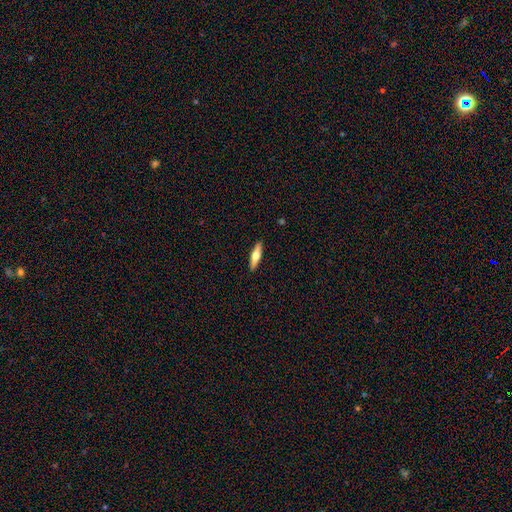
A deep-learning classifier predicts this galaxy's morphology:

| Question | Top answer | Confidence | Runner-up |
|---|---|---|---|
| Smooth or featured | smooth | 50% | featured or disk (44%) |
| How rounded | cigar-shaped | 69% | in between (29%) |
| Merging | none | 91% | minor disturbance (7%) |